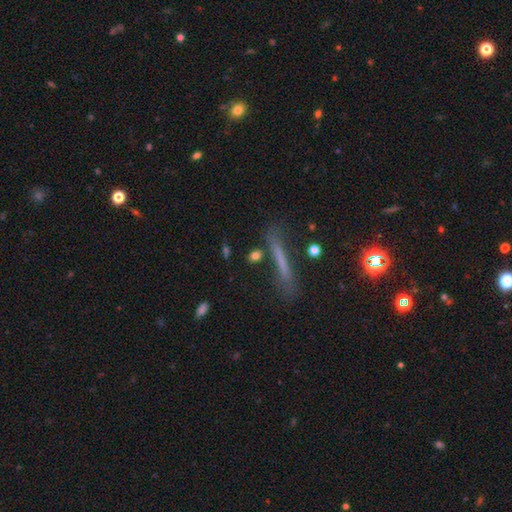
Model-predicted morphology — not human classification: A smooth galaxy with no disk features (74%) that is cigar-shaped (46%).

Vote fractions:
- Smooth or featured? smooth: 74% / featured or disk: 16% / star or artifact: 10%
- How rounded? cigar-shaped: 46% / round: 30% / in between: 24%
- Merging? none: 75% / minor disturbance: 13% / merger: 7% / major disturbance: 5%